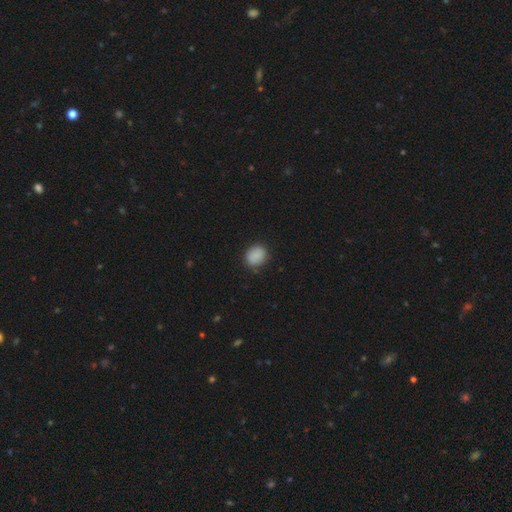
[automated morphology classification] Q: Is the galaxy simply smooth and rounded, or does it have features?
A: smooth — 88%.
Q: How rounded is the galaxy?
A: round — 58%.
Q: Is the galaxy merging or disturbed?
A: none — 84%.